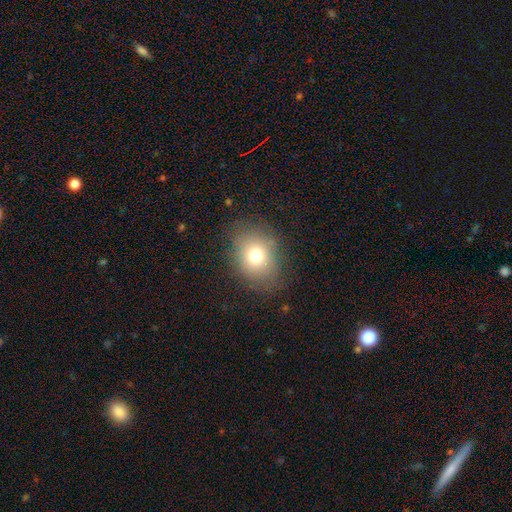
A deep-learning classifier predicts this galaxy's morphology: smooth-or-featured: smooth: 74% | star or artifact: 13% | featured or disk: 13%
  how-rounded: round: 51% | in between: 48% | cigar-shaped: 1%
  merging: none: 79% | minor disturbance: 14% | major disturbance: 6% | merger: 1%